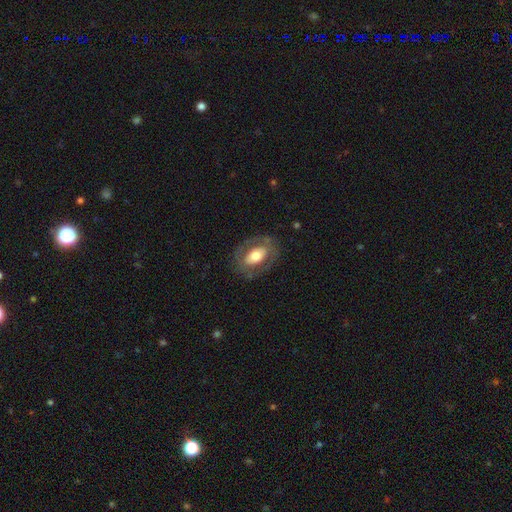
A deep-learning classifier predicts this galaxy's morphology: Smooth or featured?
  - featured or disk: 47% *
  - smooth: 46%
  - star or artifact: 6%
Merging?
  - none: 75% *
  - minor disturbance: 15%
  - major disturbance: 9%
  - merger: 1%